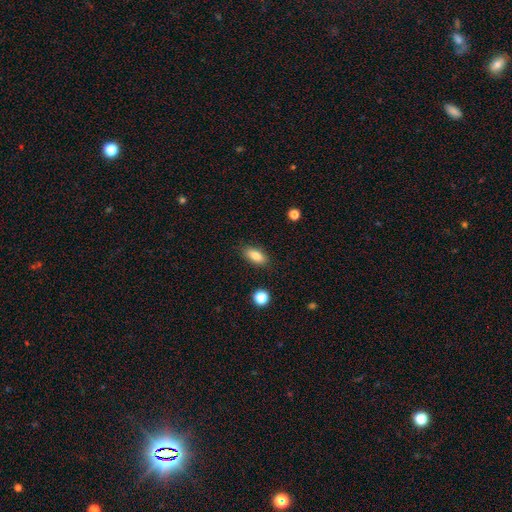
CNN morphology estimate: smooth 82%, featured or disk 10%, star or artifact 8%. Down the decision tree: how rounded — in between (82%); merging — none (86%).